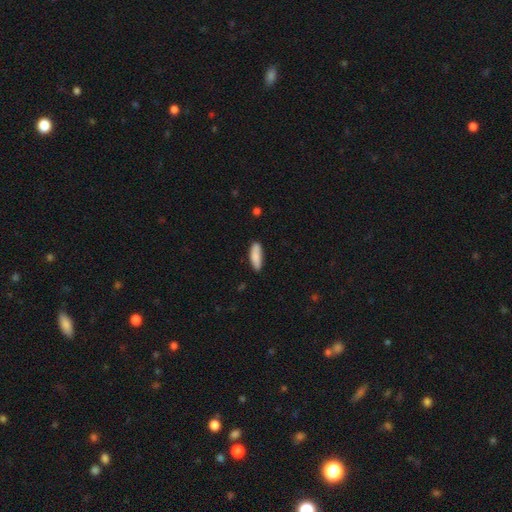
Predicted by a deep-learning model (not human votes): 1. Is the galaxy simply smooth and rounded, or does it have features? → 85% smooth, 9% featured or disk, 6% star or artifact.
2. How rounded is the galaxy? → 50% in between, 49% cigar-shaped, 2% round.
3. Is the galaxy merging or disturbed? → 81% none, 15% minor disturbance, 2% major disturbance, 2% merger.